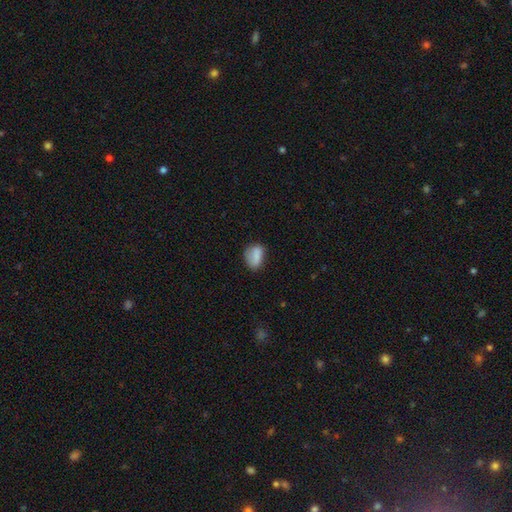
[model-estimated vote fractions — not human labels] A smooth galaxy with no disk features (79%) that is in between round and cigar-shaped (76%).

Vote fractions:
- Smooth or featured? smooth: 79% / featured or disk: 12% / star or artifact: 9%
- How rounded? in between: 76% / round: 21% / cigar-shaped: 3%
- Merging? none: 58% / minor disturbance: 28% / major disturbance: 11% / merger: 3%